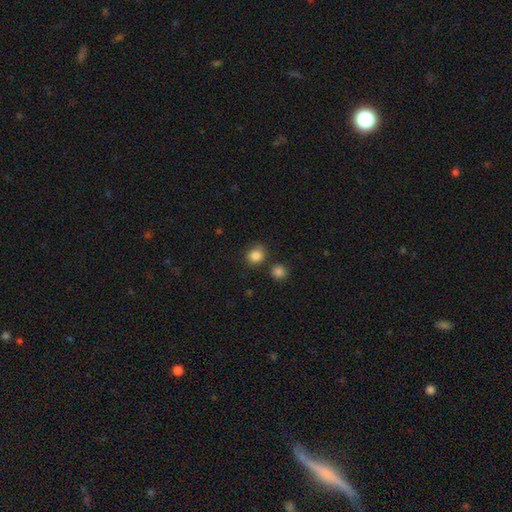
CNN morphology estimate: A smooth galaxy with no disk features (85%) that is round (77%).

Vote fractions:
- Smooth or featured? smooth: 85% / star or artifact: 10% / featured or disk: 5%
- How rounded? round: 77% / in between: 22% / cigar-shaped: 1%
- Merging? none: 74% / minor disturbance: 14% / merger: 8% / major disturbance: 4%